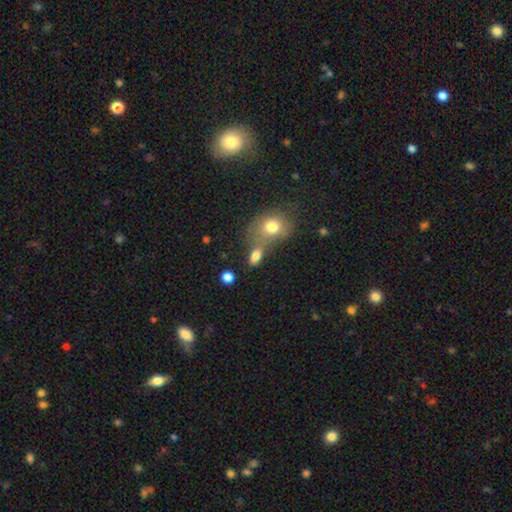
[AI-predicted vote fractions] smooth 80%, star or artifact 11%, featured or disk 9%. Down the decision tree: how rounded — in between (79%); merging — none (46%).